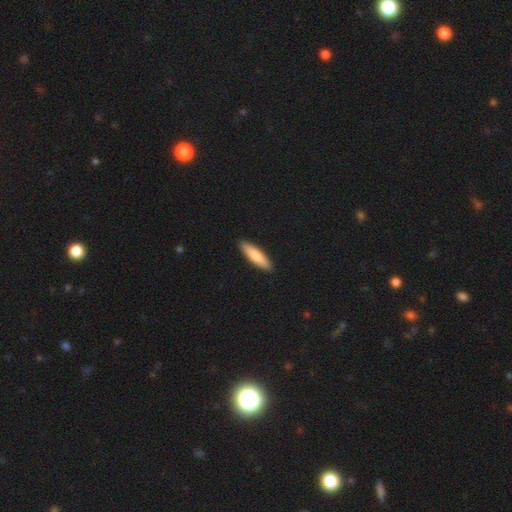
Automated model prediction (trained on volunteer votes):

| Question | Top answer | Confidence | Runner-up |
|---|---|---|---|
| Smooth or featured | smooth | 80% | featured or disk (16%) |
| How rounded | cigar-shaped | 71% | in between (27%) |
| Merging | none | 91% | minor disturbance (6%) |